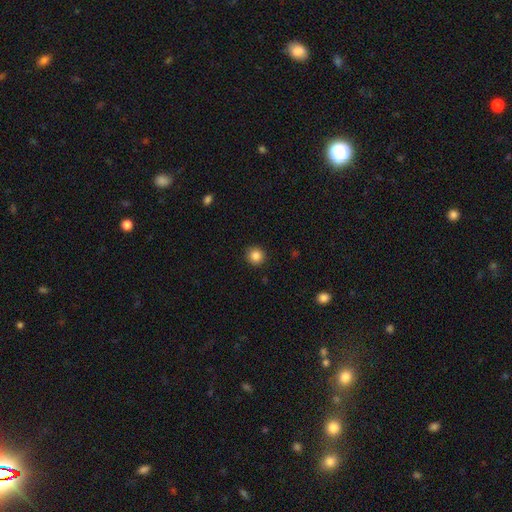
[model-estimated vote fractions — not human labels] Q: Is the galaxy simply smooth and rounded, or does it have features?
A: smooth — 86%.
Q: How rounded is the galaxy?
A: round — 92%.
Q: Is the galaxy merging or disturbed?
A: none — 91%.